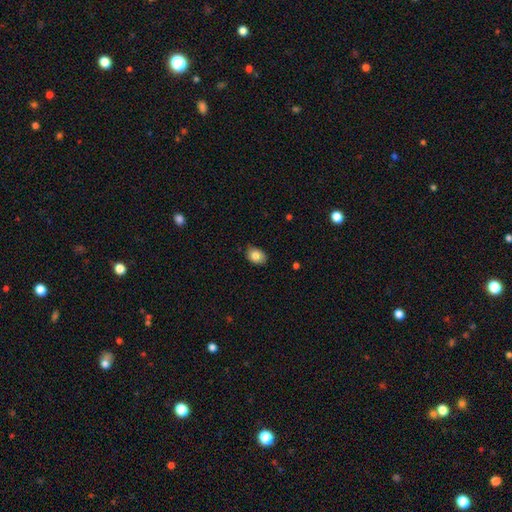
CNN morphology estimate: Smooth or featured? smooth (83%)
How rounded? in between (76%)
Merging? none (77%)